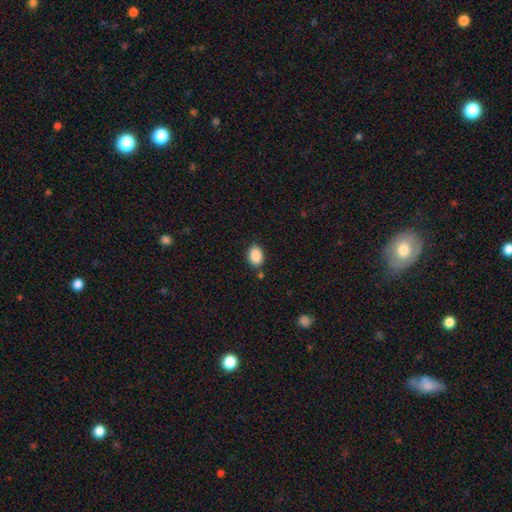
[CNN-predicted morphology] Smooth or featured?
  - smooth: 89% *
  - star or artifact: 8%
  - featured or disk: 3%
How rounded?
  - in between: 83% *
  - round: 16%
  - cigar-shaped: 1%
Merging?
  - none: 82% *
  - minor disturbance: 11%
  - merger: 4%
  - major disturbance: 3%